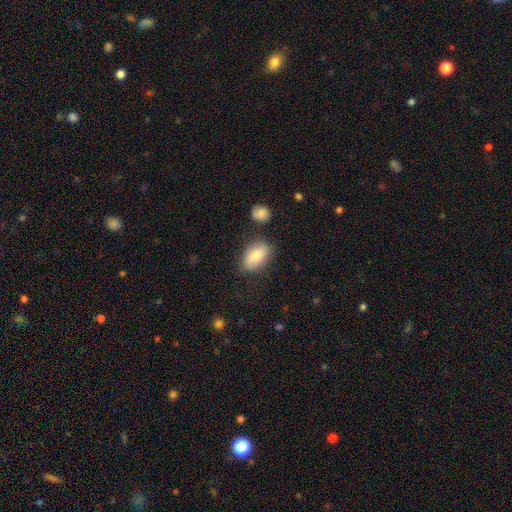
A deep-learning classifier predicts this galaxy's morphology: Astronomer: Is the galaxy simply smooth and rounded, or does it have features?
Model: smooth — 77%.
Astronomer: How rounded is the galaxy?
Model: in between — 89%.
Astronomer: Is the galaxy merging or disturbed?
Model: none — 75%.